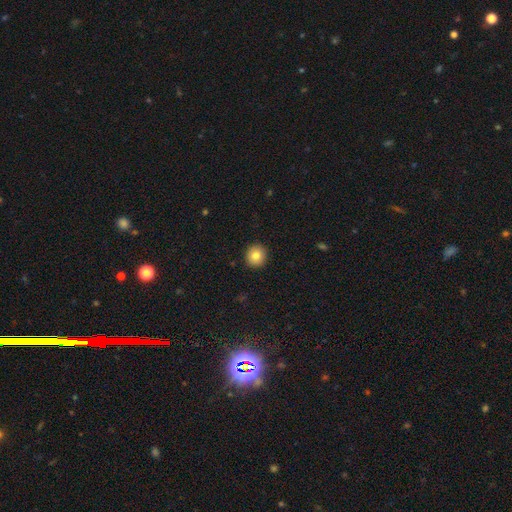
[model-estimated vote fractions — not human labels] A smooth galaxy with no disk features (82%) that is round (92%). Merging: none (93%).